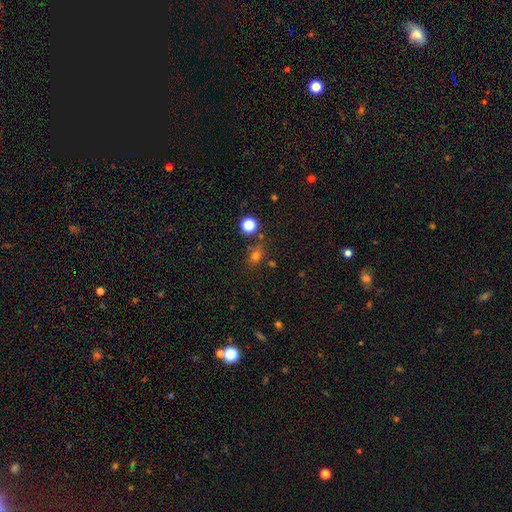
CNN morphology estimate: A smooth galaxy with no disk features (68%) that is round (52%).

Vote fractions:
- Smooth or featured? smooth: 68% / star or artifact: 24% / featured or disk: 8%
- How rounded? round: 52% / in between: 45% / cigar-shaped: 2%
- Merging? none: 72% / minor disturbance: 15% / merger: 8% / major disturbance: 5%